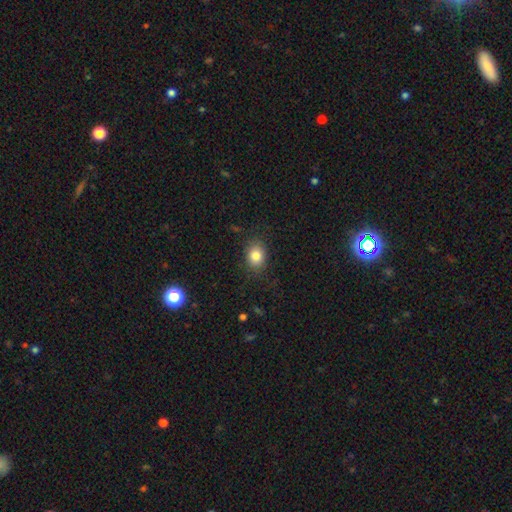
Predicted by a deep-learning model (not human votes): Smooth or featured? smooth (83%)
How rounded? in between (56%)
Merging? none (82%)